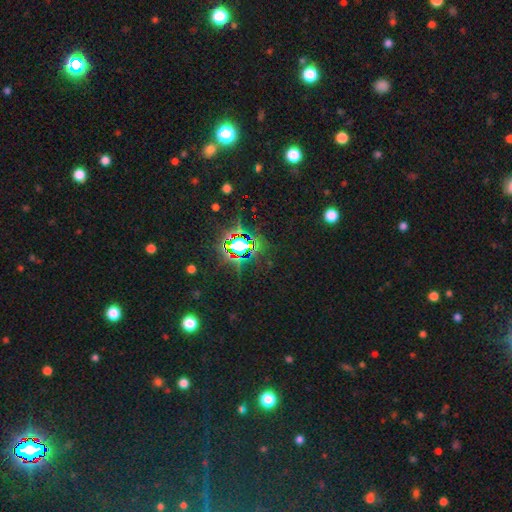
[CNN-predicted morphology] Q: Smooth or featured?
A: star or artifact (81%); runner-up: smooth (12%)